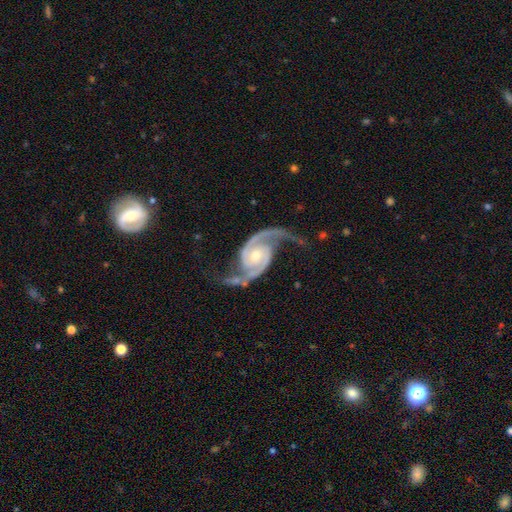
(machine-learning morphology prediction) Smooth or featured? featured or disk (94%)
Edge-on disk? no (98%)
Bar? no (61%)
Spiral arms? yes (99%)
Spiral winding? medium (53%)
Spiral arm count? 2 (95%)
Bulge size? moderate (58%)
Merging? none (70%)